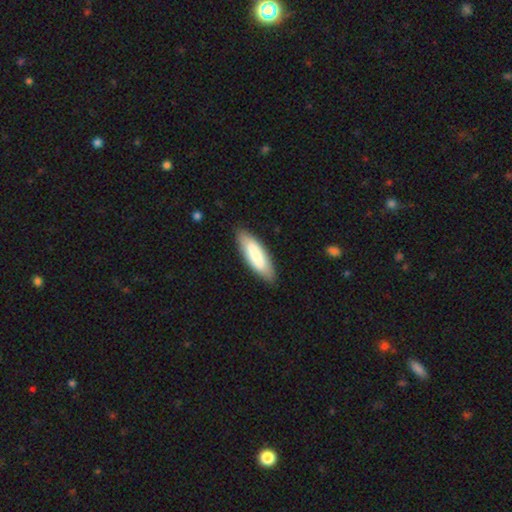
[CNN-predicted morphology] Smooth or featured: smooth — 74% (featured or disk — 21%)
How rounded: in between — 57% (cigar-shaped — 42%)
Merging: none — 85% (minor disturbance — 12%)